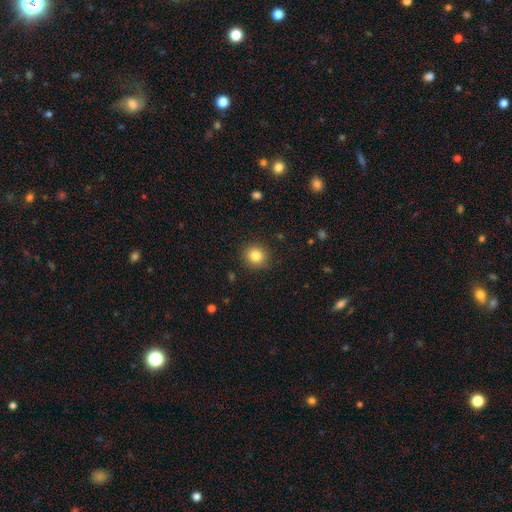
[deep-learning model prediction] This is clearly a smooth galaxy (83%). How rounded: clearly round (88%). Merging: clearly none (89%).